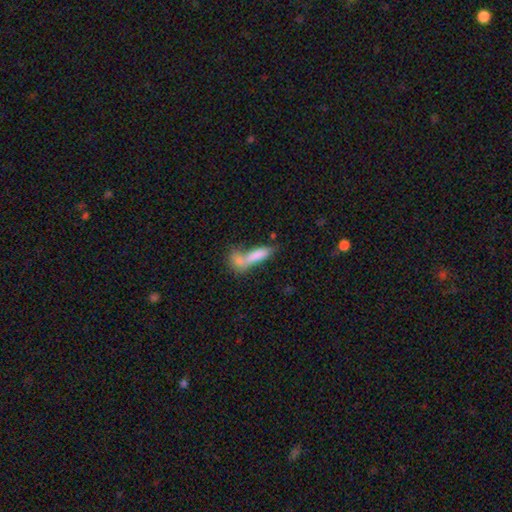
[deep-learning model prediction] This appears to be a smooth galaxy with no disk features (79%) that is cigar-shaped (50%). Merging: merger (56%).